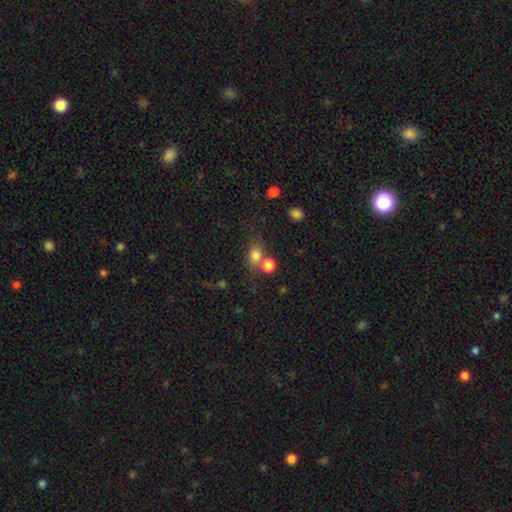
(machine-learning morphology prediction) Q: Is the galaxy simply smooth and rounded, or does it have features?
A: smooth — 78%.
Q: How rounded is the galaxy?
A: in between — 49%.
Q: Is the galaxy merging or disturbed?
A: none — 49%.